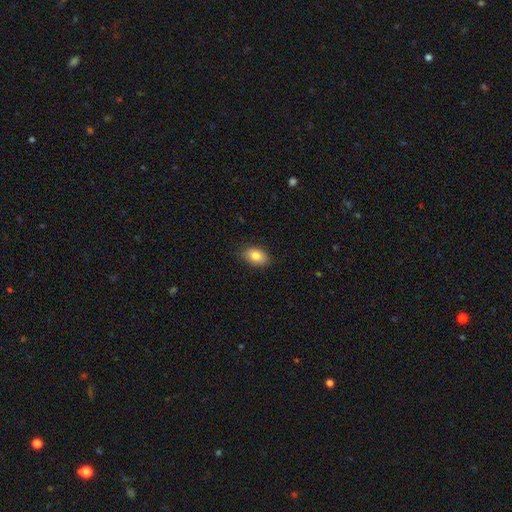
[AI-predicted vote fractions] Smooth or featured?
  - smooth: 82% *
  - featured or disk: 10%
  - star or artifact: 8%
How rounded?
  - in between: 83% *
  - round: 16%
  - cigar-shaped: 1%
Merging?
  - none: 83% *
  - minor disturbance: 14%
  - major disturbance: 2%
  - merger: 1%